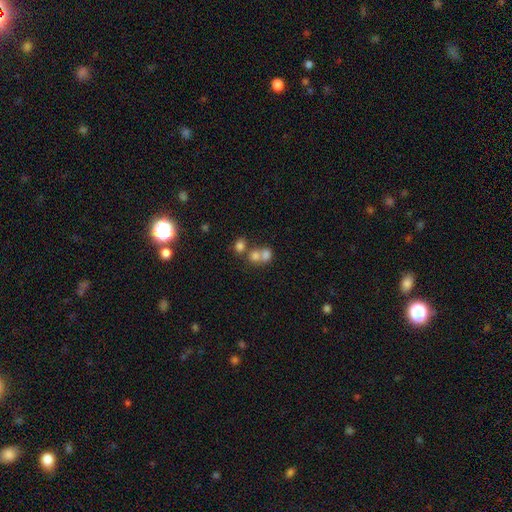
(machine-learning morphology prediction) A smooth galaxy with no disk features (72%) that is round (59%).

Vote fractions:
- Smooth or featured? smooth: 72% / featured or disk: 15% / star or artifact: 13%
- How rounded? round: 59% / in between: 40% / cigar-shaped: 1%
- Merging? merger: 57% / none: 32% / minor disturbance: 7% / major disturbance: 4%